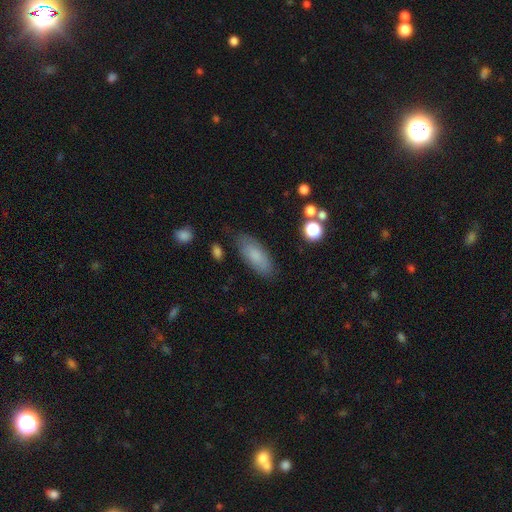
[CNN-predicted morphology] Smooth or featured: smooth — 79% (featured or disk — 14%)
How rounded: in between — 79% (cigar-shaped — 18%)
Merging: none — 79% (minor disturbance — 15%)